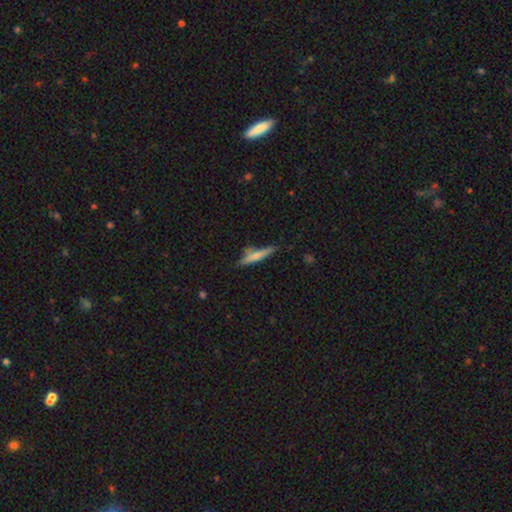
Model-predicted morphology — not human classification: Overall: smooth (56%; featured or disk 37%). How rounded: cigar-shaped (88%). Merging: none (70%).